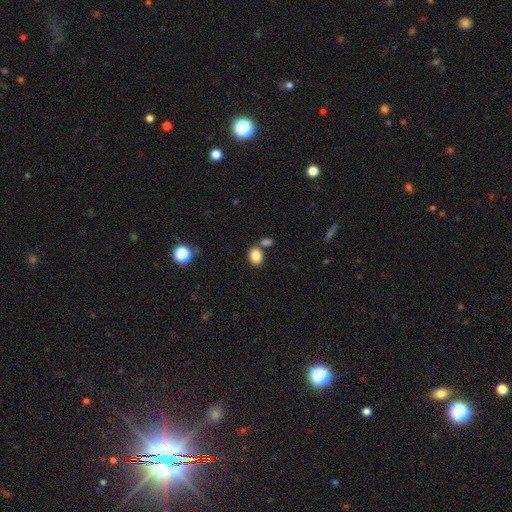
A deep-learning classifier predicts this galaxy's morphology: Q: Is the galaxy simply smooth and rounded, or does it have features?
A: smooth — 85%.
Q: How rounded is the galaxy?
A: in between — 60%.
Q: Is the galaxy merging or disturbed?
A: none — 63%.